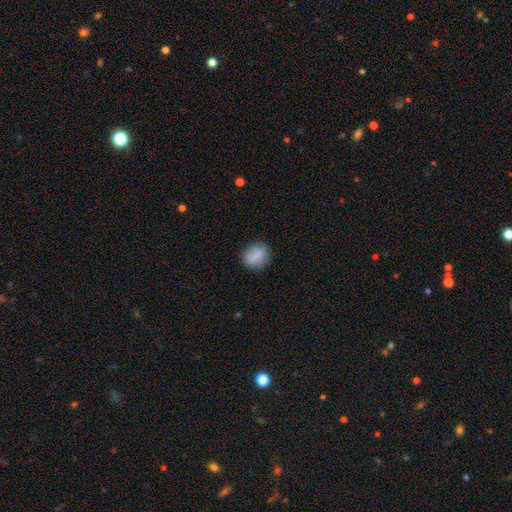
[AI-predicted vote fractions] Smooth or featured? Predicted: smooth (p=0.82). How rounded? Predicted: round (p=0.68). Merging? Predicted: none (p=0.74).